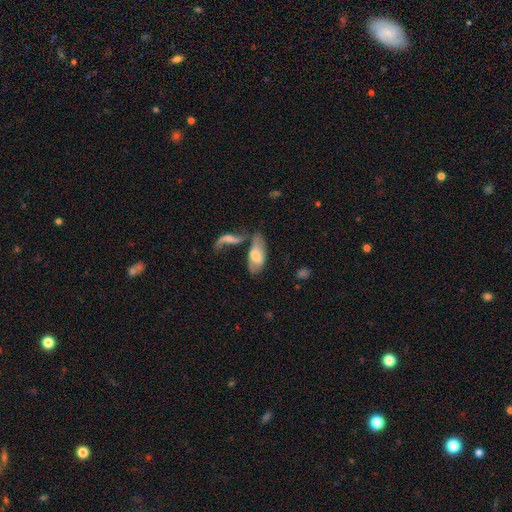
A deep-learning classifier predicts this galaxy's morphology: A smooth galaxy with no disk features (52%) that is in between round and cigar-shaped (89%). Merging: merger (38%).